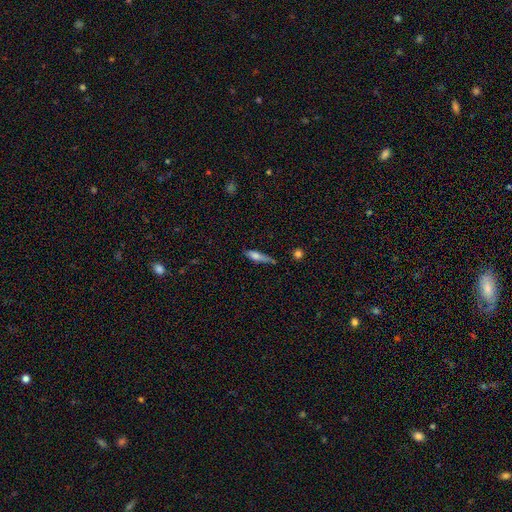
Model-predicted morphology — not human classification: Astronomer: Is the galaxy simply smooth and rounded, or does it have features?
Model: smooth — 66%.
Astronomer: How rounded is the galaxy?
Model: cigar-shaped — 71%.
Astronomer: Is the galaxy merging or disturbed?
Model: none — 55% (runner-up: minor disturbance, 31%).